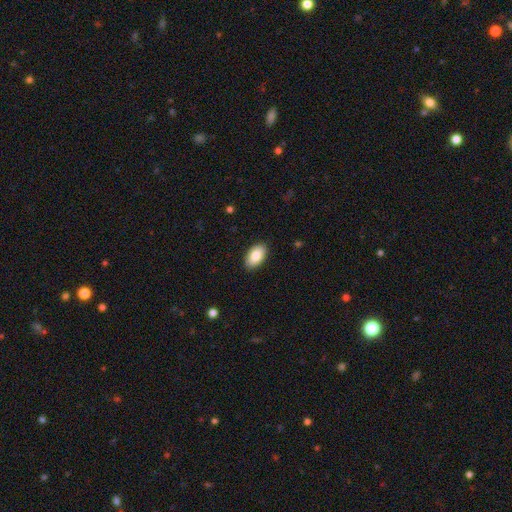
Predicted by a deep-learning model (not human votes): Q: Smooth or featured?
A: smooth (85%); runner-up: featured or disk (9%)
Q: How rounded?
A: in between (95%); runner-up: round (3%)
Q: Merging?
A: none (89%); runner-up: minor disturbance (8%)